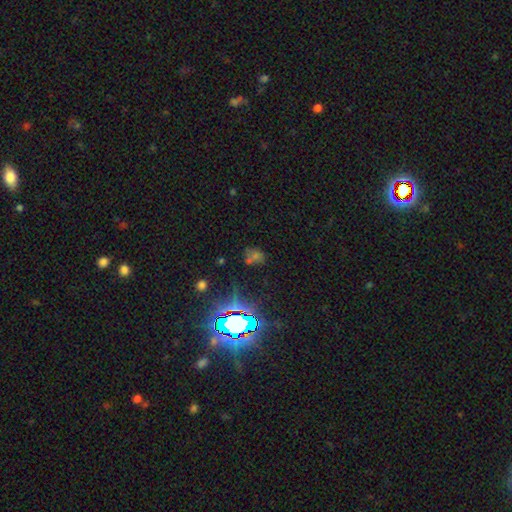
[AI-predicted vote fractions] This appears to be a star or artifact, not a galaxy (55%).